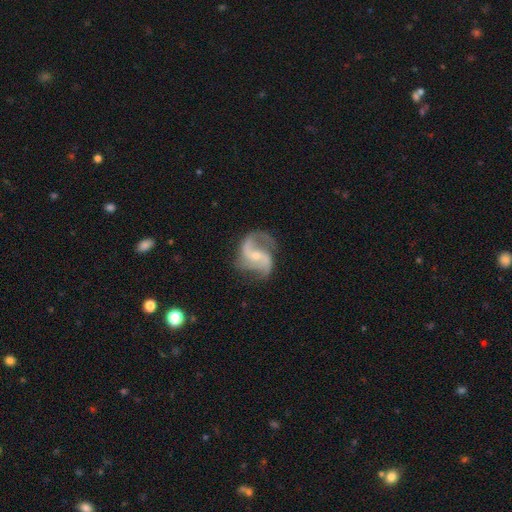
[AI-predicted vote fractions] A featured or disk galaxy (88%) with a weak bar (42%), 2 (80%) loose (54%) spiral arms (97%) and a small central bulge (62%).

Vote fractions:
- Smooth or featured? featured or disk: 88% / smooth: 6% / star or artifact: 5%
- Edge-on disk? no: 98% / yes: 2%
- Bar? weak: 42% / no: 37% / strong: 22%
- Spiral arms? yes: 97% / no: 3%
- Spiral winding? loose: 54% / medium: 39% / tight: 8%
- Spiral arm count? 2: 80% / 3: 9% / can't tell: 4% / 1: 3% / 4: 2% / more than 4: 2%
- Bulge size? small: 62% / moderate: 33% / none: 3% / large: 1% / dominant: 1%
- Merging? none: 66% / minor disturbance: 19% / major disturbance: 13% / merger: 2%